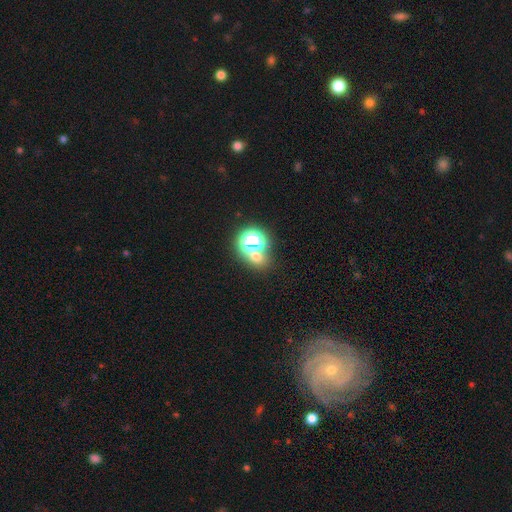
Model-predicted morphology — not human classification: smooth-or-featured: star or artifact: 46% | smooth: 44% | featured or disk: 10%